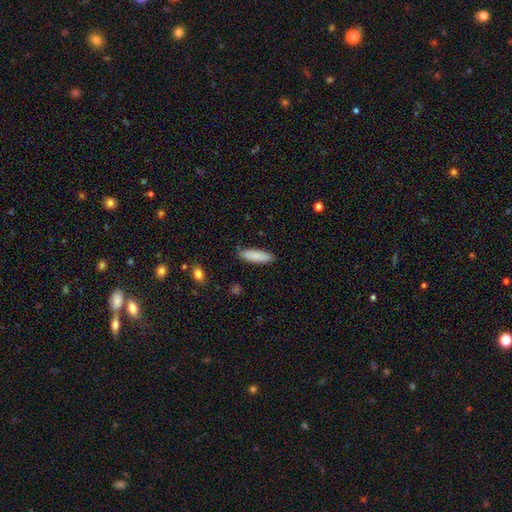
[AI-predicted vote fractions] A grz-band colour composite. It shows a smooth galaxy with no disk features (87%) that is cigar-shaped (51%). Merging: none (86%).